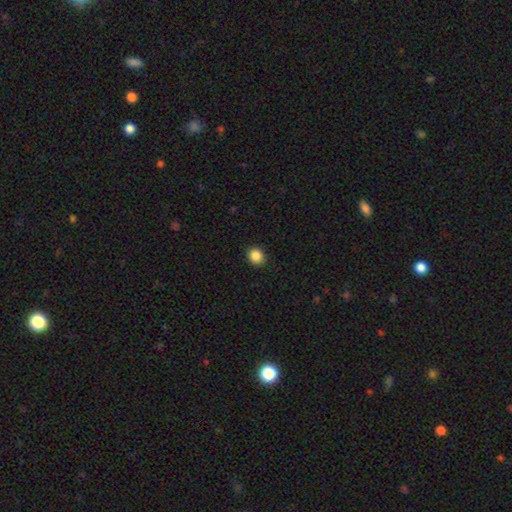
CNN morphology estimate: Overall: smooth (87%). How rounded: round (75%). Merging: none (91%).